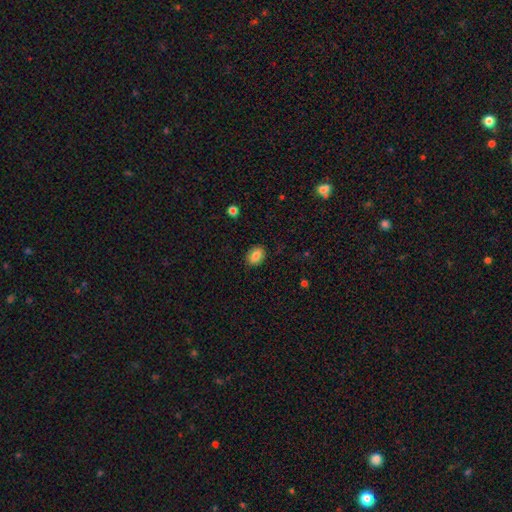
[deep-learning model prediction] The model was most divided on "how rounded": in between: 71%, round: 27%, cigar-shaped: 1%. More confident: merging — none (87%); smooth or featured — smooth (84%).